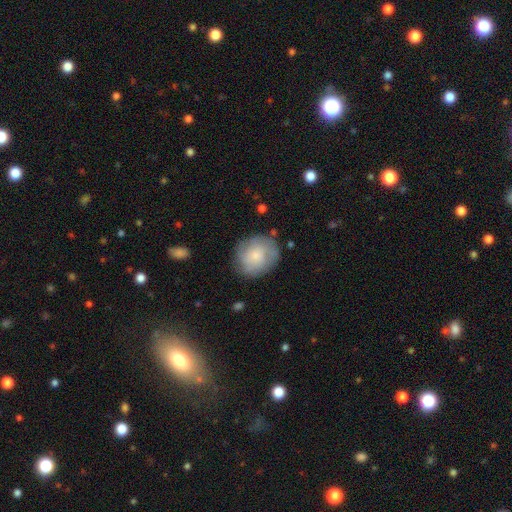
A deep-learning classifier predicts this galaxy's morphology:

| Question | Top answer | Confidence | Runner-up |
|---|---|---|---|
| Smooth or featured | smooth | 67% | featured or disk (26%) |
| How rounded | round | 78% | in between (21%) |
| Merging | none | 74% | minor disturbance (18%) |